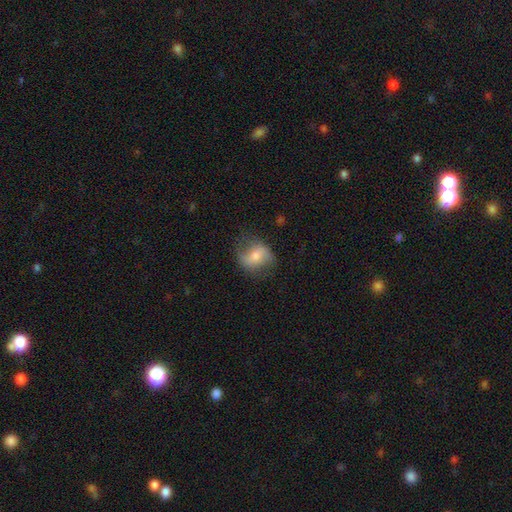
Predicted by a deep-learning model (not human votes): Smooth or featured? featured or disk (53%)
Edge-on disk? no (94%)
Merging? none (69%)